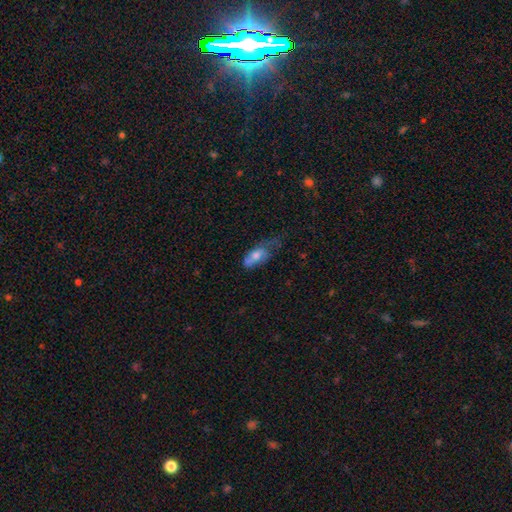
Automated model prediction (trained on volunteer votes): Q: Smooth or featured?
A: smooth (58%); runner-up: featured or disk (33%)
Q: How rounded?
A: in between (78%); runner-up: cigar-shaped (17%)
Q: Merging?
A: minor disturbance (32%); runner-up: none (29%)